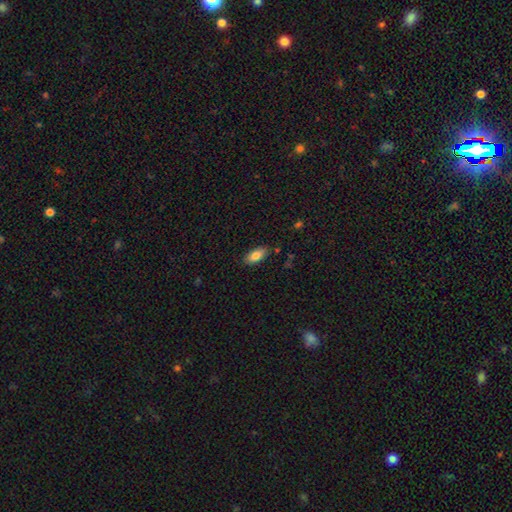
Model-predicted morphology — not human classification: Q: Smooth or featured?
A: smooth (83%); runner-up: featured or disk (10%)
Q: How rounded?
A: in between (89%); runner-up: cigar-shaped (9%)
Q: Merging?
A: none (86%); runner-up: minor disturbance (11%)